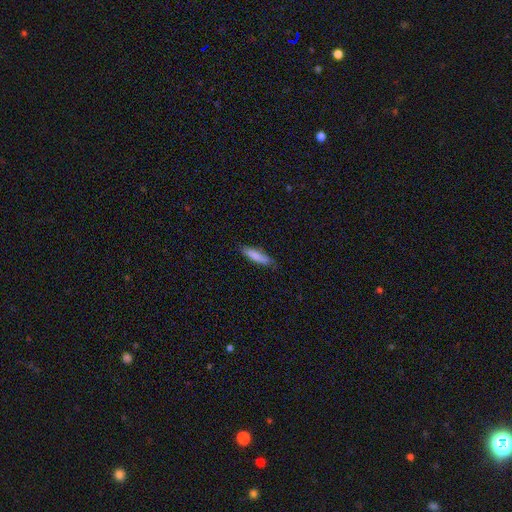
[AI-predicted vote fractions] A smooth galaxy with no disk features (84%) that is cigar-shaped (72%). Merging: none (83%).